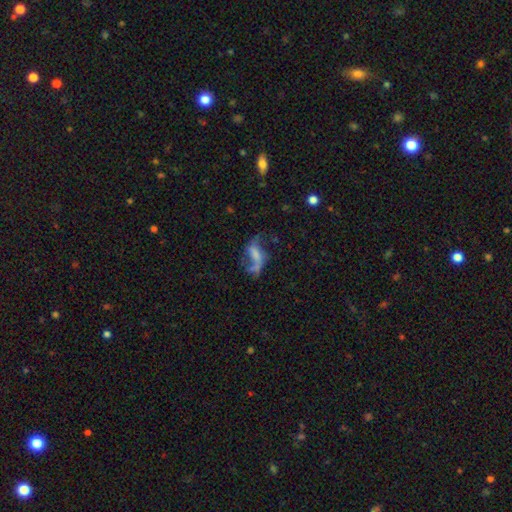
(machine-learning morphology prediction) Smooth or featured?
  - featured or disk: 61% *
  - smooth: 27%
  - star or artifact: 12%
Edge-on disk?
  - no: 94% *
  - yes: 6%
Bar?
  - no: 41% *
  - weak: 34%
  - strong: 24%
Spiral arms?
  - yes: 67% *
  - no: 33%
Bulge size?
  - none: 51% *
  - small: 22%
  - moderate: 17%
  - large: 8%
  - dominant: 2%
Merging?
  - major disturbance: 35% * (tied)
  - none: 35% * (tied)
  - minor disturbance: 18%
  - merger: 12%